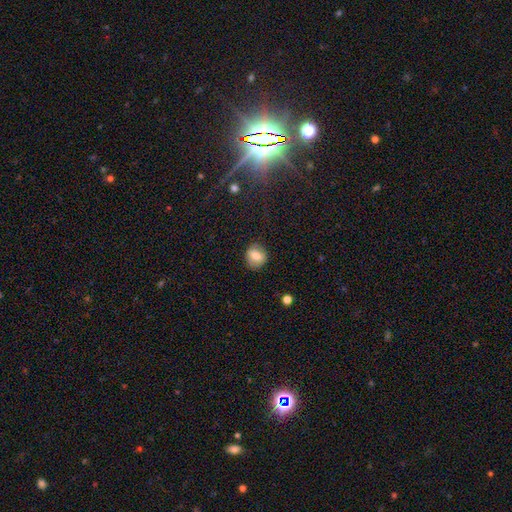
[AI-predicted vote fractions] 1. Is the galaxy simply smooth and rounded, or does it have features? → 72% smooth, 20% featured or disk, 9% star or artifact.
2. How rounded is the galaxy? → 66% round, 33% in between, 1% cigar-shaped.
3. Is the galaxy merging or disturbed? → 83% none, 12% minor disturbance, 4% major disturbance, 1% merger.